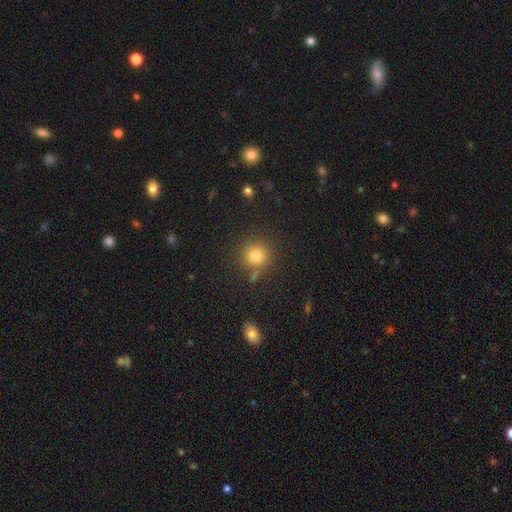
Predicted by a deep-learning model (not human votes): smooth_or_featured: smooth (p=0.80) [alt: star or artifact p=0.13]
how_rounded: round (p=0.91) [alt: in between p=0.08]
merging: none (p=0.78) [alt: minor disturbance p=0.10]